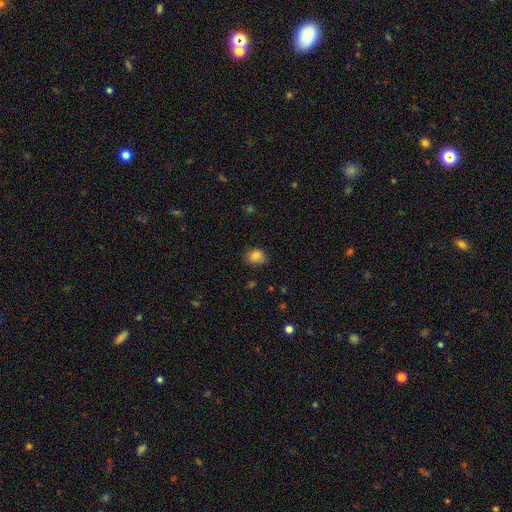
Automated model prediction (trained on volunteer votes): A smooth galaxy with no disk features (83%) that is in between round and cigar-shaped (57%).

Vote fractions:
- Smooth or featured? smooth: 83% / star or artifact: 10% / featured or disk: 7%
- How rounded? in between: 57% / round: 42% / cigar-shaped: 1%
- Merging? none: 75% / minor disturbance: 20% / major disturbance: 4% / merger: 1%